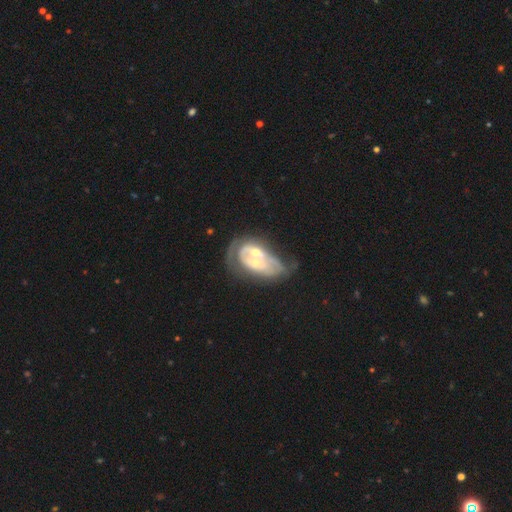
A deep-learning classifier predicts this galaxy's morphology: A featured or disk galaxy (70%) with no bar (81%), no spiral arms (56%) and a moderate central bulge (52%). Merging: merger (61%).